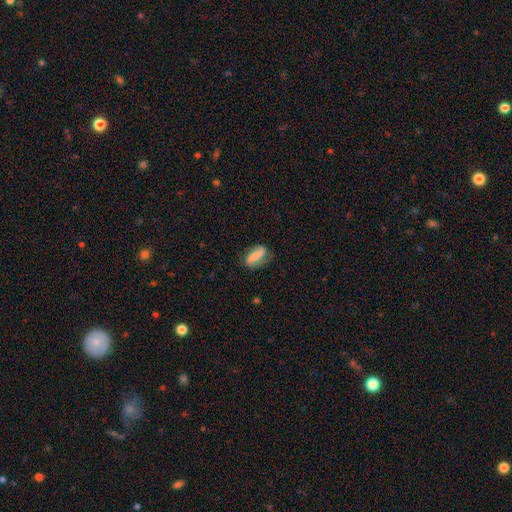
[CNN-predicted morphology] Smooth or featured? smooth (49%)
Merging? none (67%)